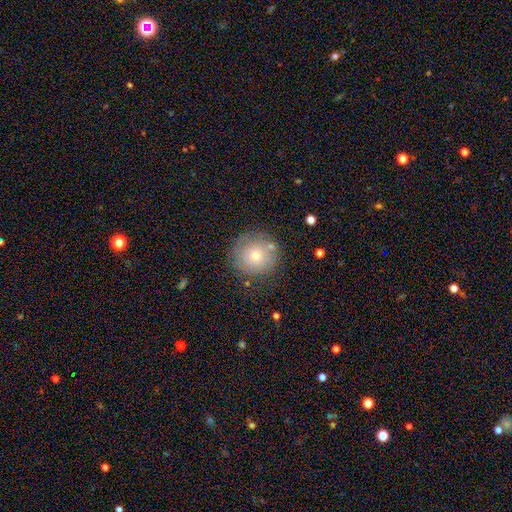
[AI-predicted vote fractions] A smooth galaxy with no disk features (65%) that is round (94%).

Vote fractions:
- Smooth or featured? smooth: 65% / featured or disk: 24% / star or artifact: 11%
- How rounded? round: 94% / in between: 5% / cigar-shaped: 1%
- Merging? none: 76% / minor disturbance: 14% / major disturbance: 5% / merger: 4%